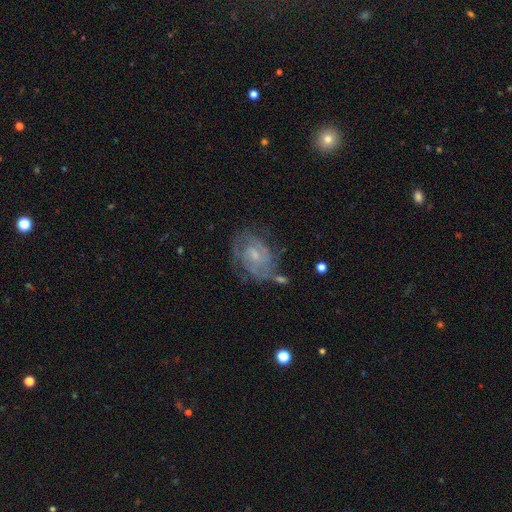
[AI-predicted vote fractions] Smooth or featured: featured or disk — 79% (smooth — 13%)
Edge-on disk: no — 97% (yes — 3%)
Bar: no — 52% (weak — 41%)
Spiral arms: yes — 90% (no — 10%)
Spiral winding: tight — 56% (medium — 35%)
Spiral arm count: 2 — 37% (can't tell — 33%)
Bulge size: small — 64% (moderate — 27%)
Merging: none — 61% (minor disturbance — 22%)